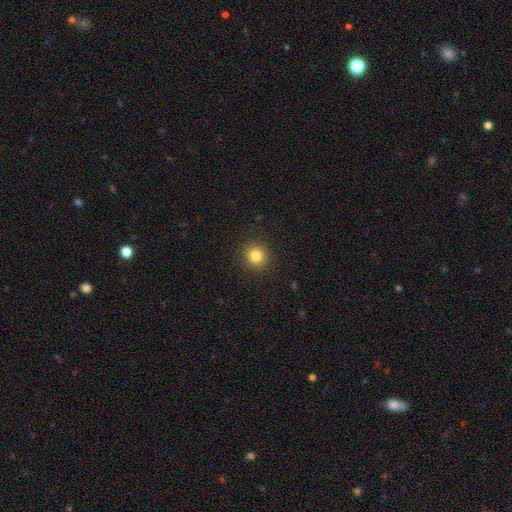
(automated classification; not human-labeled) smooth_or_featured: smooth (p=0.83) [alt: star or artifact p=0.12]
how_rounded: round (p=0.89) [alt: in between p=0.10]
merging: none (p=0.91) [alt: minor disturbance p=0.06]